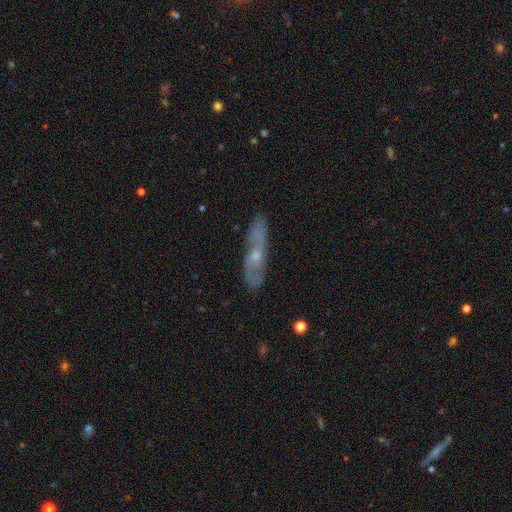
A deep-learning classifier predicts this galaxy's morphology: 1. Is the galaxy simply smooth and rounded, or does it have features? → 62% featured or disk, 30% smooth, 8% star or artifact.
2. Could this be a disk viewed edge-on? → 63% no, 37% yes.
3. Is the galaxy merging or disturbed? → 77% none, 16% minor disturbance, 4% major disturbance, 3% merger.